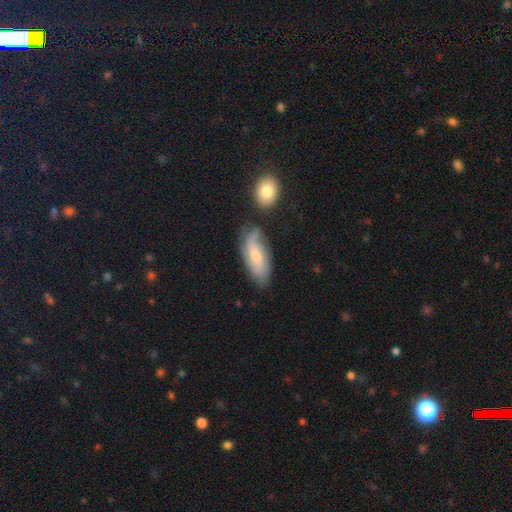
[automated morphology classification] smooth_or_featured: smooth (p=0.50) [alt: featured or disk p=0.44]
merging: none (p=0.52) [alt: minor disturbance p=0.27]